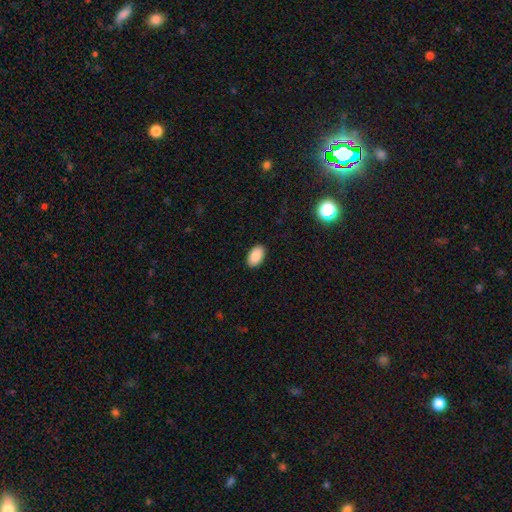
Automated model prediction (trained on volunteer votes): A smooth galaxy with no disk features (89%) that is in between round and cigar-shaped (94%). Merging: none (90%).